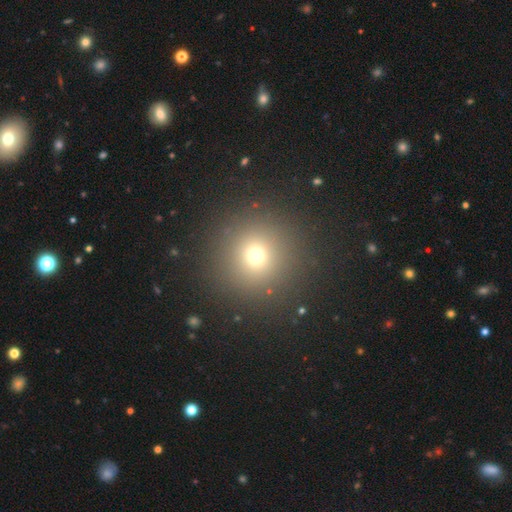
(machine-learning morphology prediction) Overall: smooth (69%). How rounded: round (95%). Merging: none (90%).